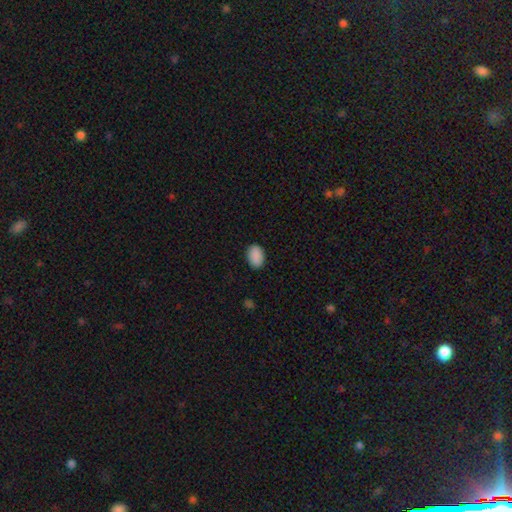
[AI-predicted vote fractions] Smooth or featured: smooth — 90% (star or artifact — 7%)
How rounded: in between — 87% (round — 12%)
Merging: none — 88% (minor disturbance — 9%)